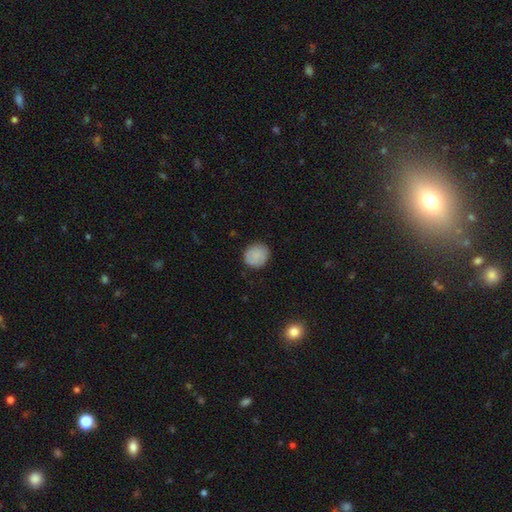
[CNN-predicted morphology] type=smooth (85%); roundness=round (87%); merging=none (85%).